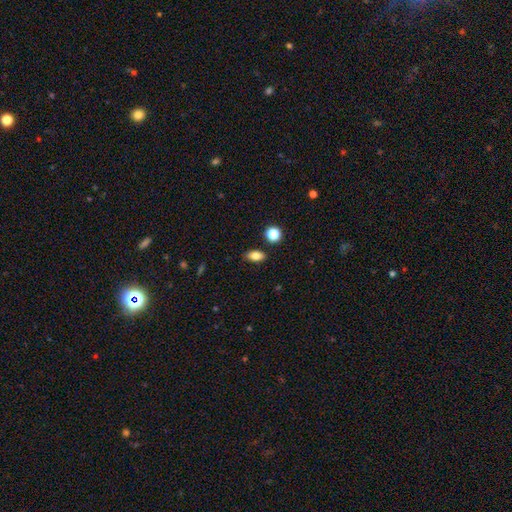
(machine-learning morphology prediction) Smooth or featured? smooth (81%)
How rounded? in between (83%)
Merging? none (85%)